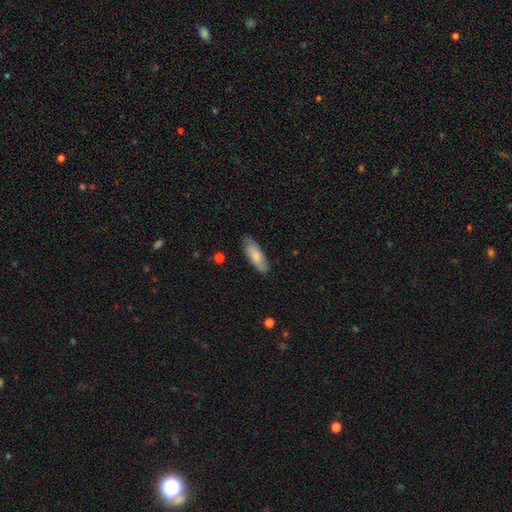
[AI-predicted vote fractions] Overall: smooth (74%). How rounded: in between (66%; cigar-shaped 32%). Merging: none (81%).